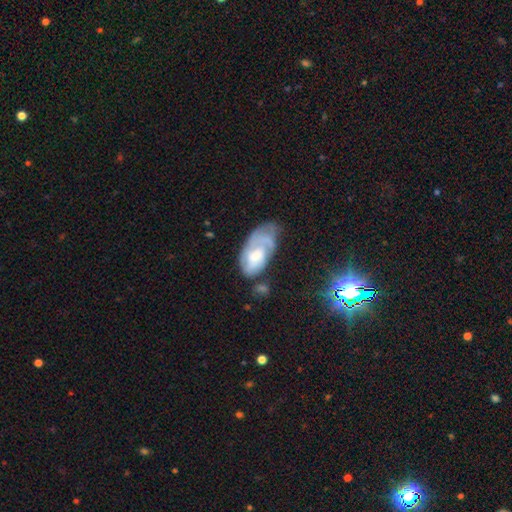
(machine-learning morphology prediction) This appears to be a featured or disk galaxy (60%) with no bar (58%), spiral arms (74%) and a moderate central bulge (48%). Merging: minor disturbance (33%, tied with none).